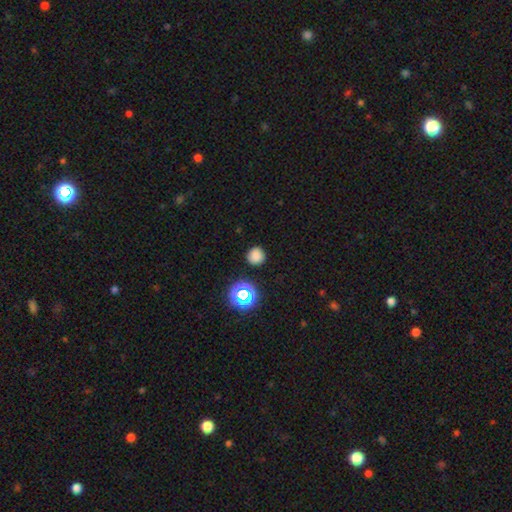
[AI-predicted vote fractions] A smooth galaxy with no disk features (77%) that is round (92%). Merging: none (88%).